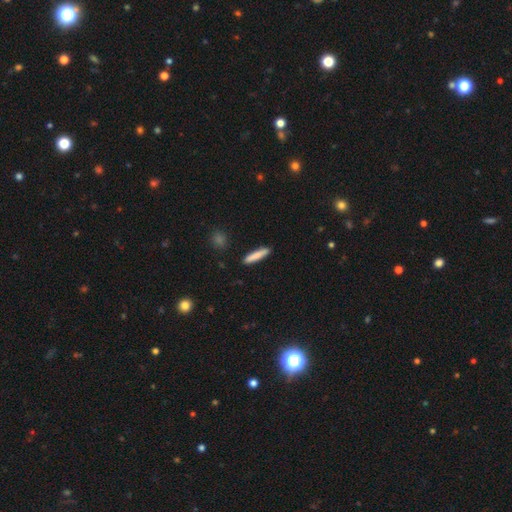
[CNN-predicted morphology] This is clearly a smooth galaxy (83%). How rounded: clearly cigar-shaped (90%). Merging: clearly none (90%).